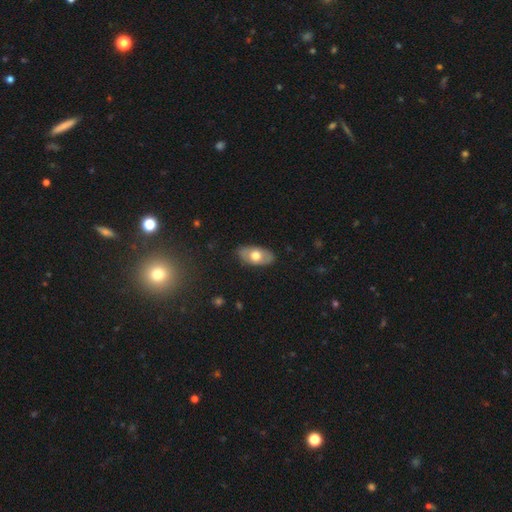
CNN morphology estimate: Smooth or featured? Predicted: smooth (p=0.59). How rounded? Predicted: in between (p=0.92). Merging? Predicted: none (p=0.84).